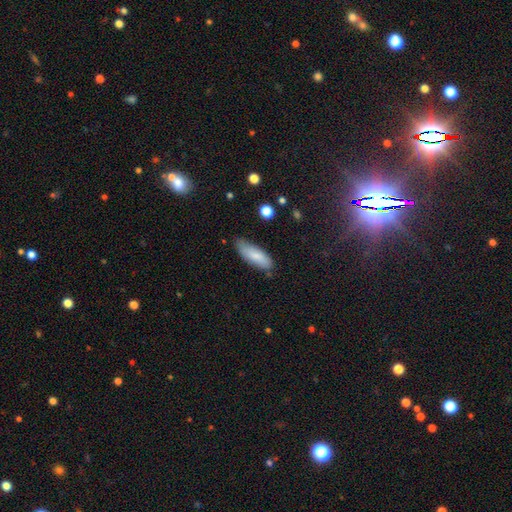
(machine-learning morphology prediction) smooth 81%, featured or disk 12%, star or artifact 6%. Down the decision tree: how rounded — in between (61%); merging — none (71%).